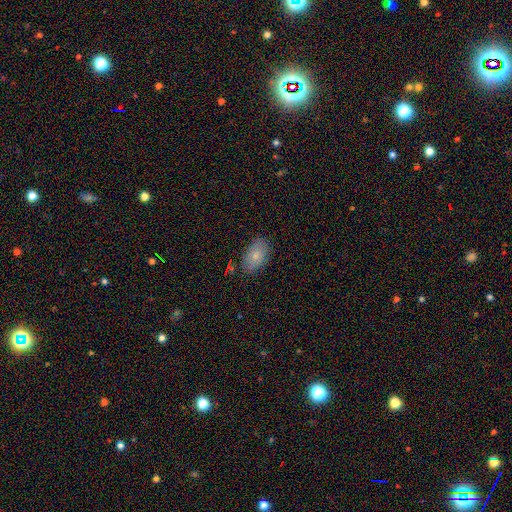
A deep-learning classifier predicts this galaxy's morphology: Smooth or featured: smooth — 79% (featured or disk — 13%)
How rounded: in between — 92% (round — 6%)
Merging: none — 82% (minor disturbance — 13%)